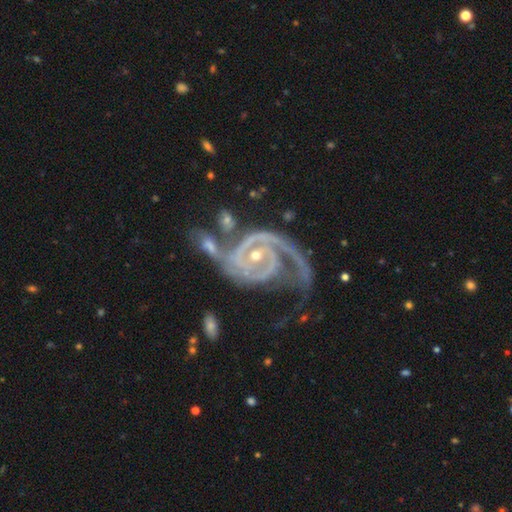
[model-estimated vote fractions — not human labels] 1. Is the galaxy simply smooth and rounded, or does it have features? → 94% featured or disk, 4% star or artifact, 3% smooth.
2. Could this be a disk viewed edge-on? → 98% no, 2% yes.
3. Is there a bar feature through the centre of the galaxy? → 49% no, 33% weak, 17% strong.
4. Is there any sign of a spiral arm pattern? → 98% yes, 2% no.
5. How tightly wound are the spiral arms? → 48% tight, 41% medium, 11% loose.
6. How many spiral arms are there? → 71% 2, 11% 3, 6% 1, 6% can't tell, 3% 4, 3% more than 4.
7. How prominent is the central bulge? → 54% small, 43% moderate, 1% large, 1% none, 1% dominant.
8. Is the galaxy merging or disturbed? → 35% none, 24% major disturbance, 21% minor disturbance, 20% merger.